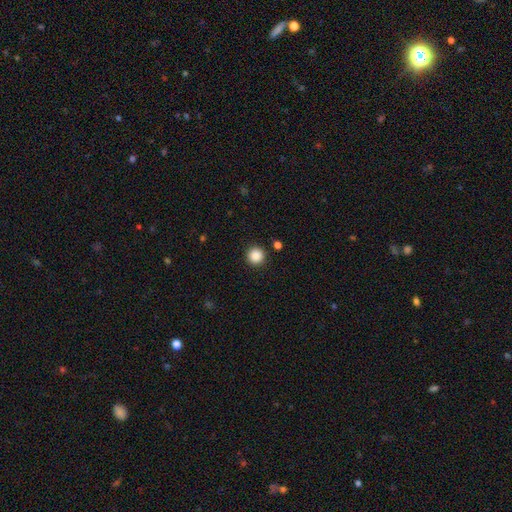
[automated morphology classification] Smooth or featured?
  - smooth: 88% *
  - star or artifact: 10%
  - featured or disk: 3%
How rounded?
  - round: 96% *
  - in between: 3%
  - cigar-shaped: 1%
Merging?
  - none: 92% *
  - minor disturbance: 5%
  - major disturbance: 2%
  - merger: 2%